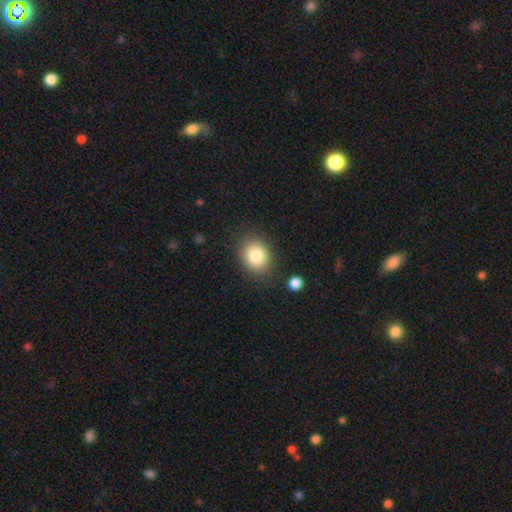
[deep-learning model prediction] A smooth galaxy with no disk features (83%) that is round (59%). Merging: none (83%).